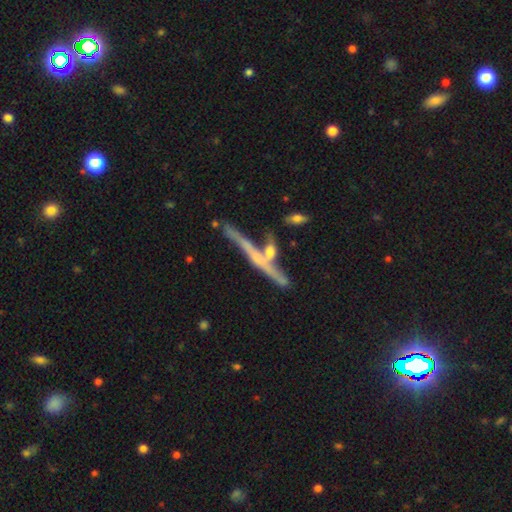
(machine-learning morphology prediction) Smooth or featured?
  - featured or disk: 70% *
  - smooth: 22%
  - star or artifact: 8%
Edge-on disk?
  - yes: 93% *
  - no: 7%
Edge-on bulge?
  - none: 47% *
  - rounded: 44%
  - boxy: 10%
Merging?
  - none: 61% *
  - merger: 18%
  - minor disturbance: 15%
  - major disturbance: 6%